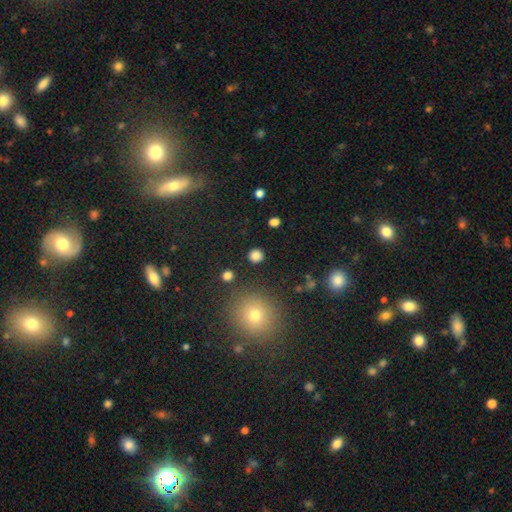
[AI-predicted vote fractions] Overall: smooth (83%). How rounded: round (89%). Merging: none (89%).